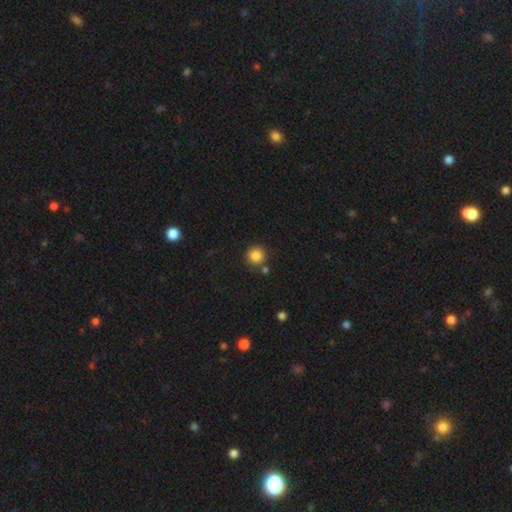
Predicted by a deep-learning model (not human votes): Smooth or featured?
  - smooth: 85% *
  - star or artifact: 11%
  - featured or disk: 5%
How rounded?
  - round: 95% *
  - in between: 4%
  - cigar-shaped: 1%
Merging?
  - none: 81% *
  - merger: 9%
  - minor disturbance: 8%
  - major disturbance: 2%